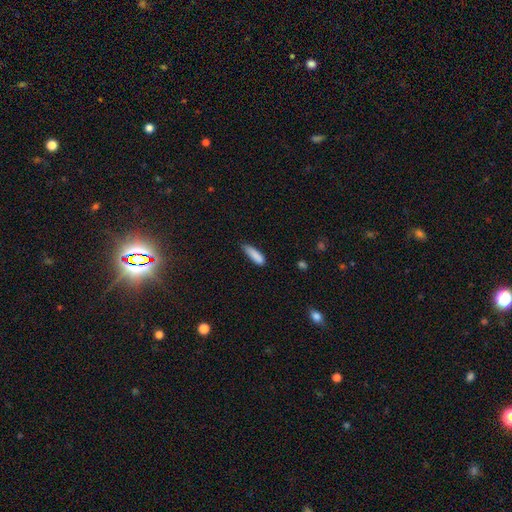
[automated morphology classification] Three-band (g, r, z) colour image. It shows a smooth galaxy with no disk features (86%) that is cigar-shaped (60%). Merging: none (60%).